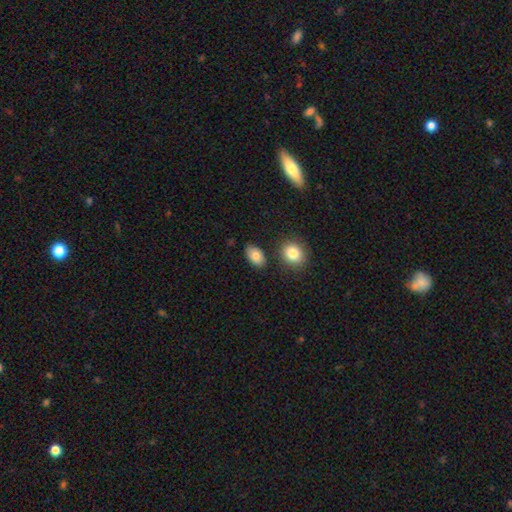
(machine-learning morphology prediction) Smooth or featured? Predicted: smooth (p=0.84). How rounded? Predicted: in between (p=0.88). Merging? Predicted: none (p=0.80).